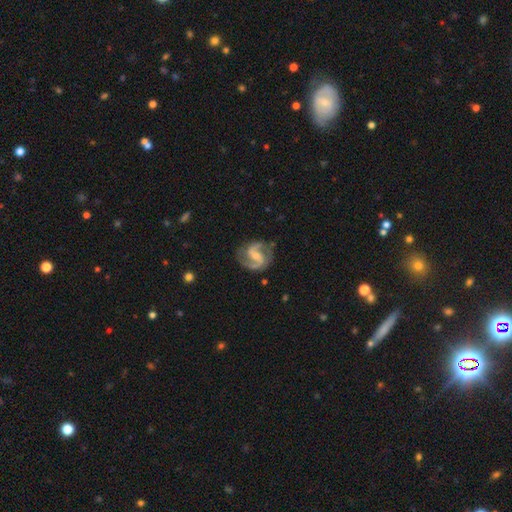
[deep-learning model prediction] Morphology: type=featured or disk (91%); edge-on=no (98%); bar=weak (49%); spiral arms=yes (98%); winding=medium (60%); arm count=2 (93%); bulge=small (53%); merging=none (79%).